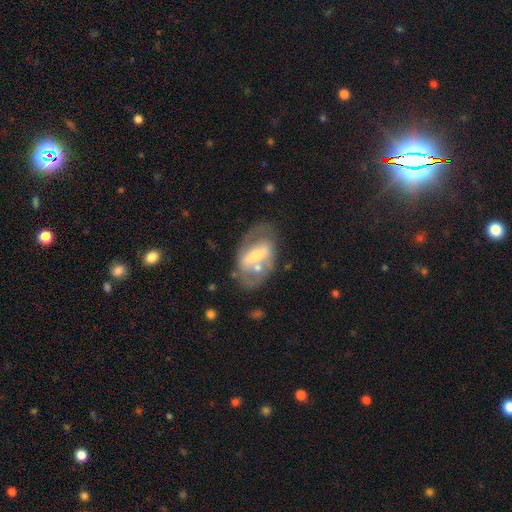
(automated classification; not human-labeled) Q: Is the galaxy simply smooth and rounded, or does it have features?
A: featured or disk — 67%.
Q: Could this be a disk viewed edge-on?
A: no — 93%.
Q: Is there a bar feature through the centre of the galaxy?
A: strong — 48%.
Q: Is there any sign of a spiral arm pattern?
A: no — 51%.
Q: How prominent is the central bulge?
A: moderate — 45%.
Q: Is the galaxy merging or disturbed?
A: none — 50%.